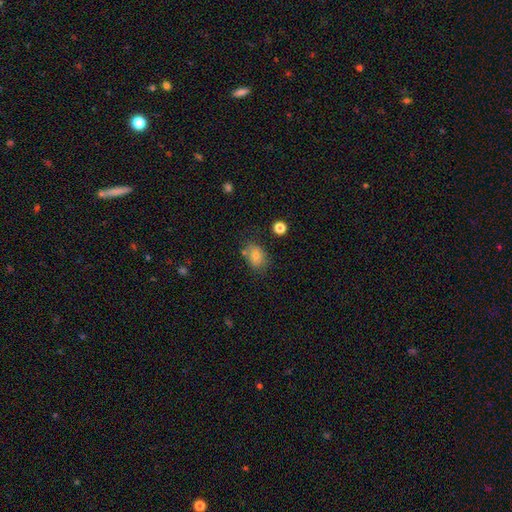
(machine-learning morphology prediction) Smooth or featured: smooth — 76% (star or artifact — 12%)
How rounded: in between — 65% (round — 34%)
Merging: none — 72% (minor disturbance — 17%)